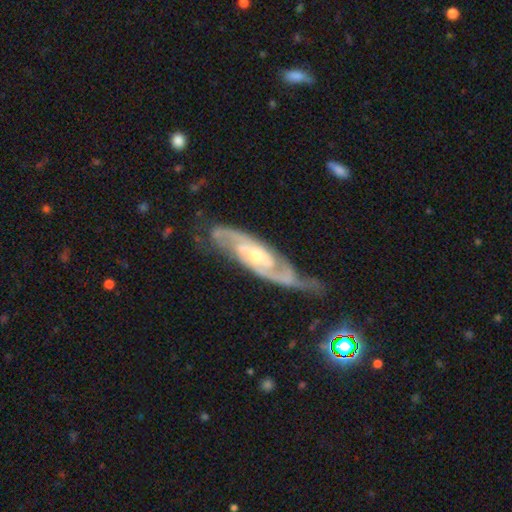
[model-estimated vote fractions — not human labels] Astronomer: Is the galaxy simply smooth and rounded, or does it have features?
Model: featured or disk — 90%.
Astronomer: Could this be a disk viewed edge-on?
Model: no — 89%.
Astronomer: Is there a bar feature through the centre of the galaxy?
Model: no — 55% (runner-up: weak, 34%).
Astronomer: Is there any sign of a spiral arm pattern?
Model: yes — 98%.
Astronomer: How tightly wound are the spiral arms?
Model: tight — 47% (runner-up: medium, 42%).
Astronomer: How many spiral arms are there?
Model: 2 — 83%.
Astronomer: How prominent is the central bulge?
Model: moderate — 54% (runner-up: small, 41%).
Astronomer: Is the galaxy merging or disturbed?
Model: none — 67%.